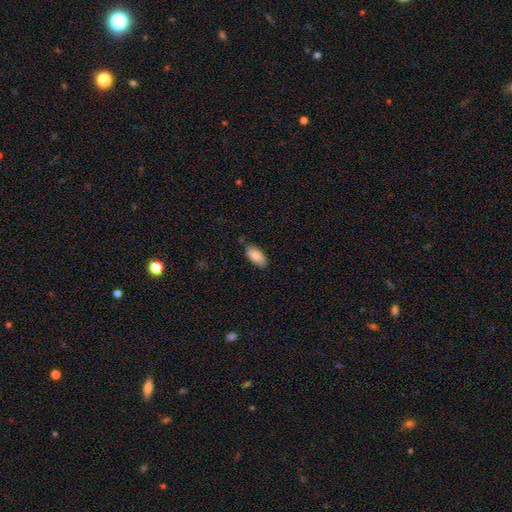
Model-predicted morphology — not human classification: type=smooth (85%); roundness=in between (92%); merging=none (82%).